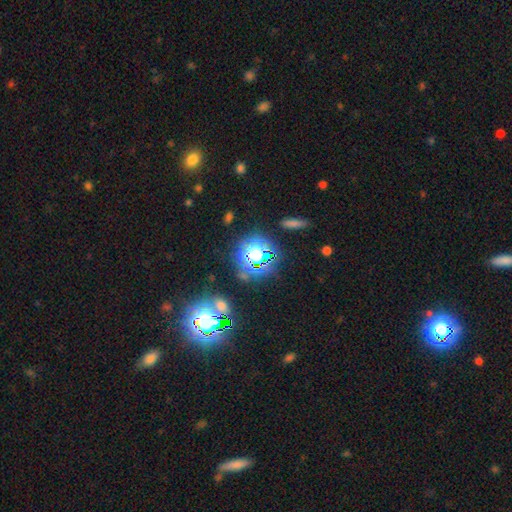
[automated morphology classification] smooth_or_featured: star or artifact (p=0.64) [alt: smooth p=0.25]